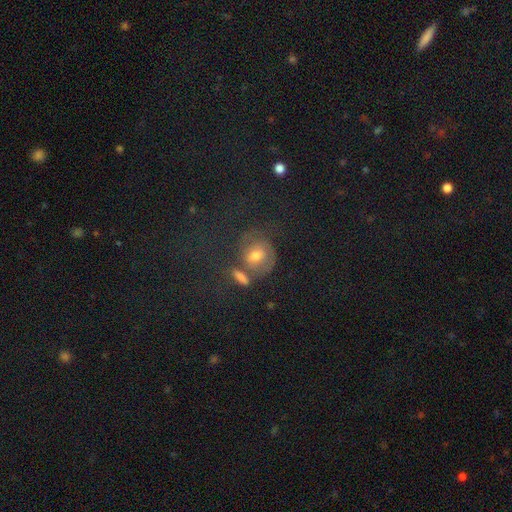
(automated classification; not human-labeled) smooth_or_featured: smooth (p=0.43) [alt: featured or disk p=0.36]
merging: none (p=0.56) [alt: minor disturbance p=0.18]